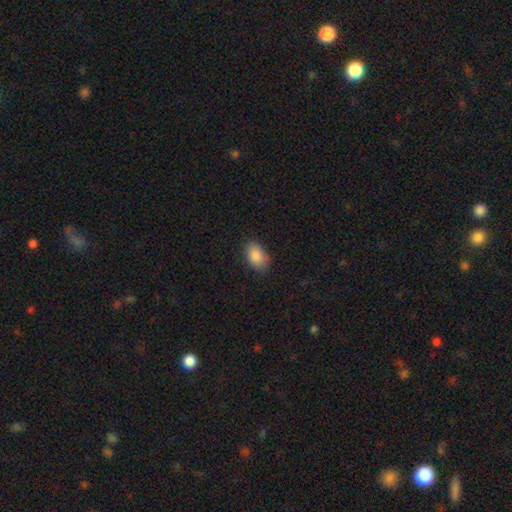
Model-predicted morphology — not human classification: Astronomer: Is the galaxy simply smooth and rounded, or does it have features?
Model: smooth — 87%.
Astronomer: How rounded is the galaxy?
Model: in between — 89%.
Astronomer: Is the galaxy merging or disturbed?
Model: none — 79%.